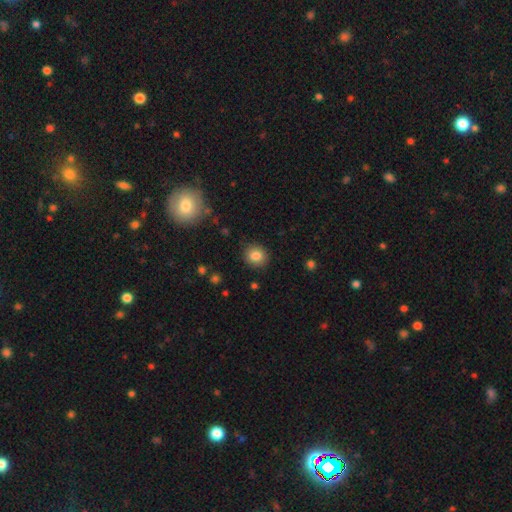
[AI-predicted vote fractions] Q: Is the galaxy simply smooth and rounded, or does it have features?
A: smooth — 83%.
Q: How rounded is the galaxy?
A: round — 83%.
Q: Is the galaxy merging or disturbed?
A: none — 89%.